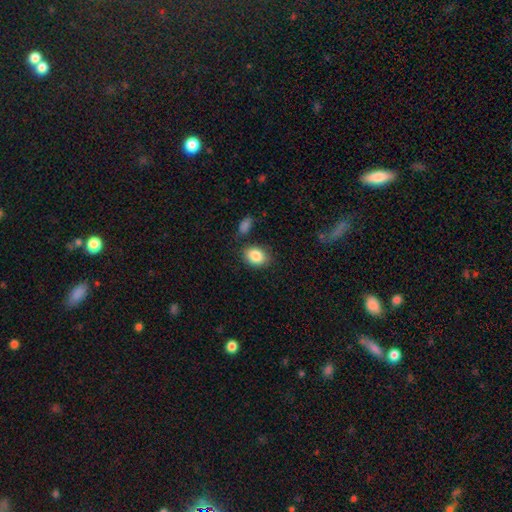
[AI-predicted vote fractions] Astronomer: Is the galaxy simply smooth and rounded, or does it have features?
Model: smooth — 86%.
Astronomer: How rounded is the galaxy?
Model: in between — 66%.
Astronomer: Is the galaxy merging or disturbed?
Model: none — 77%.